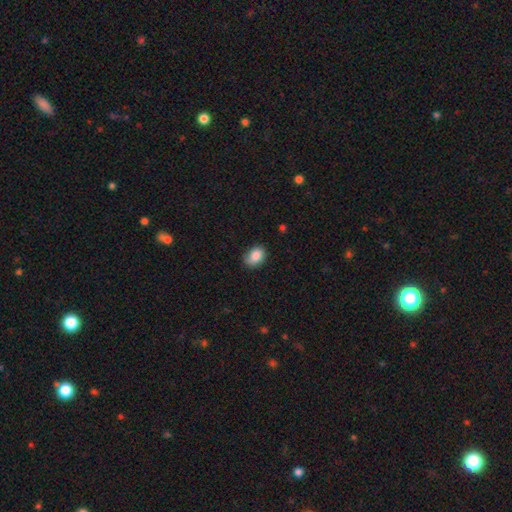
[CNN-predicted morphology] This is clearly a smooth galaxy (86%). How rounded: likely in between (66%). Merging: likely none (71%).